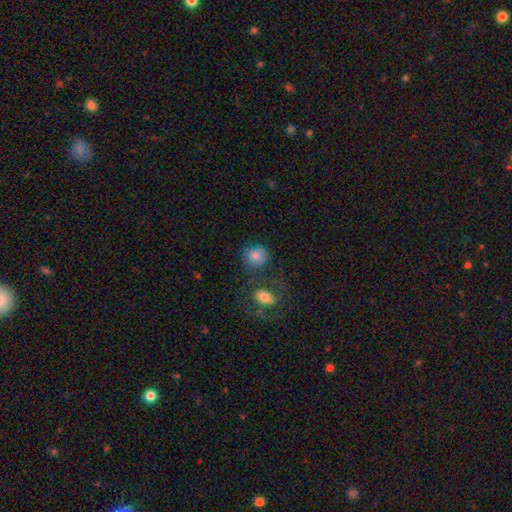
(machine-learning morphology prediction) Smooth or featured: smooth — 79% (star or artifact — 10%)
How rounded: round — 82% (in between — 17%)
Merging: none — 66% (minor disturbance — 14%)